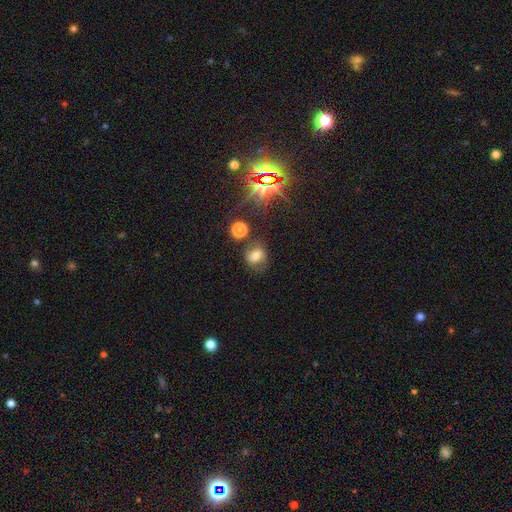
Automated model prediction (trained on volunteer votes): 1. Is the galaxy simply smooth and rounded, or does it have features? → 50% smooth, 28% featured or disk, 22% star or artifact.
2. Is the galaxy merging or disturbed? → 66% none, 18% minor disturbance, 8% major disturbance, 7% merger.